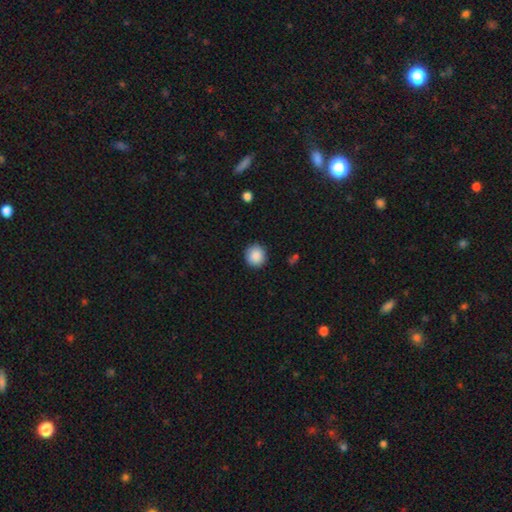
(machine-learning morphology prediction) smooth 89%, star or artifact 8%, featured or disk 4%. Down the decision tree: how rounded — round (90%); merging — none (90%).